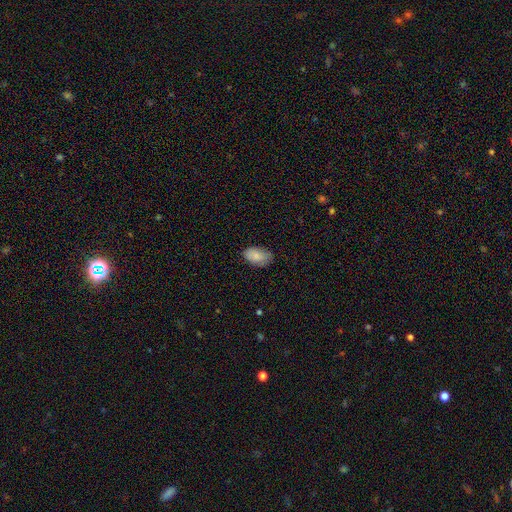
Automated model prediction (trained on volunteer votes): Q: Smooth or featured?
A: smooth (85%); runner-up: featured or disk (8%)
Q: How rounded?
A: in between (93%); runner-up: round (6%)
Q: Merging?
A: none (75%); runner-up: minor disturbance (20%)